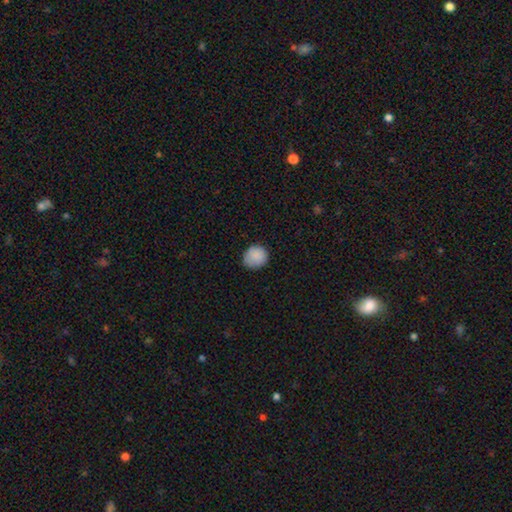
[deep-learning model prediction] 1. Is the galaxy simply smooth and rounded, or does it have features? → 88% smooth, 8% star or artifact, 4% featured or disk.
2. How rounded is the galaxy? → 84% round, 15% in between, 1% cigar-shaped.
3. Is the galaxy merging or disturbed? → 78% none, 18% minor disturbance, 3% major disturbance, 1% merger.